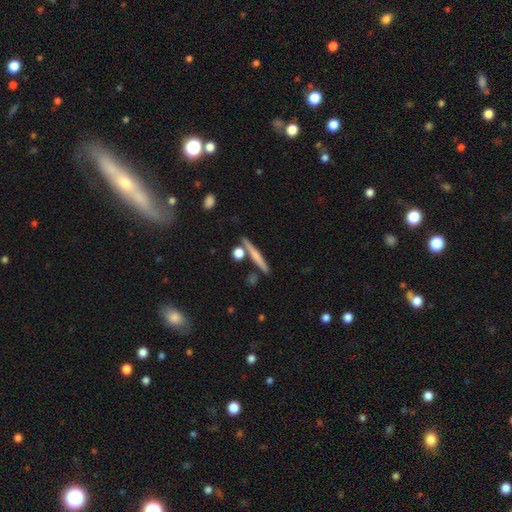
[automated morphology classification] Smooth or featured: smooth — 54% (featured or disk — 39%)
How rounded: cigar-shaped — 89% (in between — 6%)
Merging: none — 79% (minor disturbance — 9%)